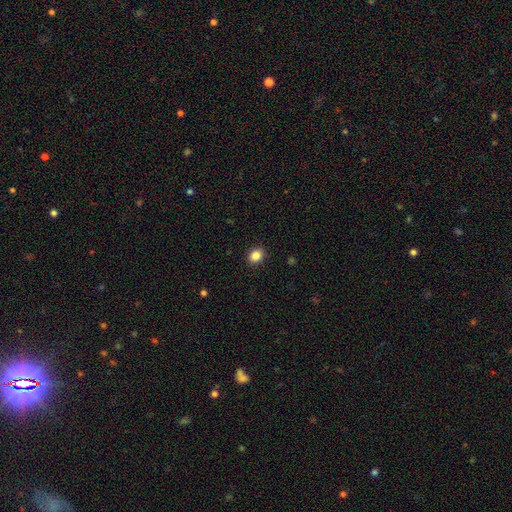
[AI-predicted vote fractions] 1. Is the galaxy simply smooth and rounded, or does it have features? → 86% smooth, 10% star or artifact, 4% featured or disk.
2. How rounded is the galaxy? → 59% round, 41% in between, 1% cigar-shaped.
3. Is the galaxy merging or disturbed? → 91% none, 6% minor disturbance, 2% major disturbance, 1% merger.